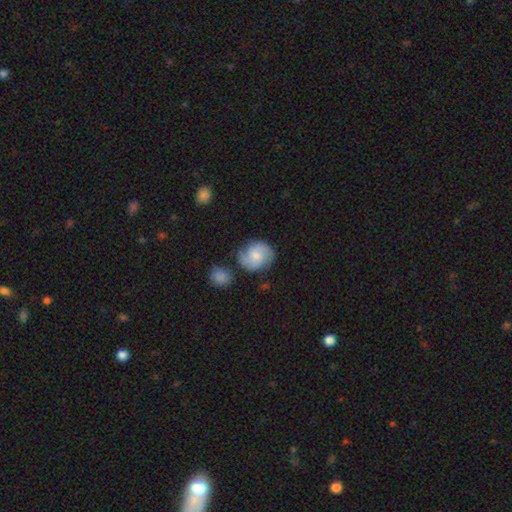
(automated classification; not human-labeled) Smooth or featured? Predicted: featured or disk (p=0.48). Merging? Predicted: none (p=0.67).